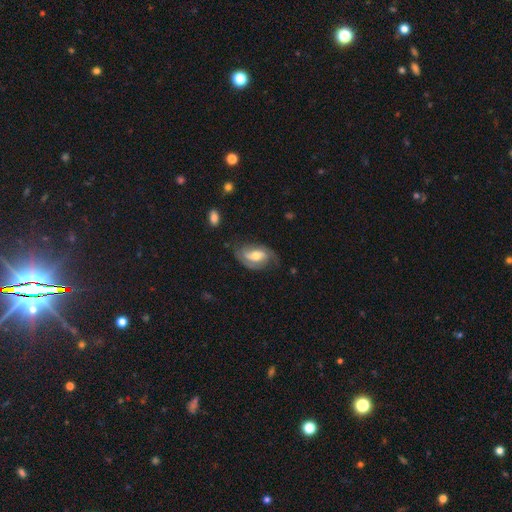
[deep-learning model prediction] Smooth or featured?
  - featured or disk: 72% *
  - smooth: 22%
  - star or artifact: 6%
Edge-on disk?
  - no: 95% *
  - yes: 5%
Bar?
  - weak: 43% *
  - no: 38%
  - strong: 19%
Spiral arms?
  - yes: 90% *
  - no: 10%
Spiral winding?
  - medium: 43% *
  - tight: 37%
  - loose: 20%
Spiral arm count?
  - 2: 76% *
  - can't tell: 11%
  - 1: 7%
  - 3: 3%
  - 4: 1%
  - more than 4: 1%
Bulge size?
  - moderate: 65% *
  - small: 22%
  - large: 10%
  - none: 2%
  - dominant: 1%
Merging?
  - none: 64% *
  - minor disturbance: 23%
  - major disturbance: 11%
  - merger: 2%